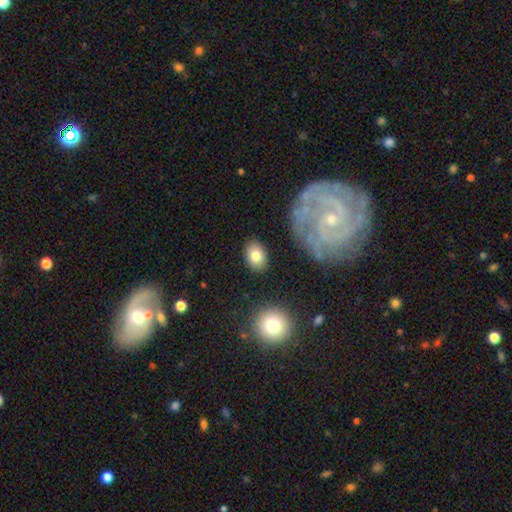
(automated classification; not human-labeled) smooth 81%, featured or disk 11%, star or artifact 8%. Down the decision tree: how rounded — in between (71%); merging — none (85%).